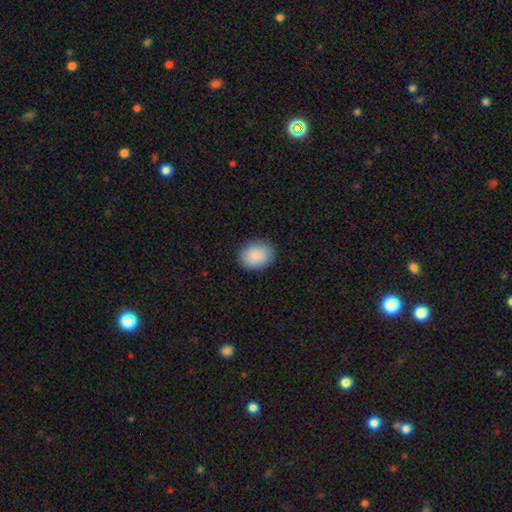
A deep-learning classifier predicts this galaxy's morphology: smooth 90%, star or artifact 6%, featured or disk 4%. Down the decision tree: how rounded — in between (55%); merging — none (87%).